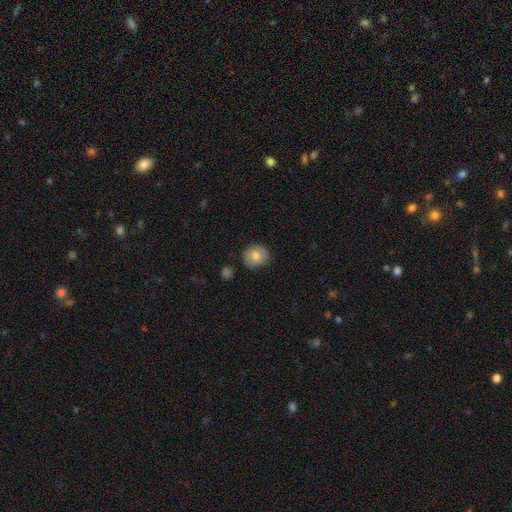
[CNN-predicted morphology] This appears to be a smooth galaxy with no disk features (76%) that is round (78%). Merging: none (84%).